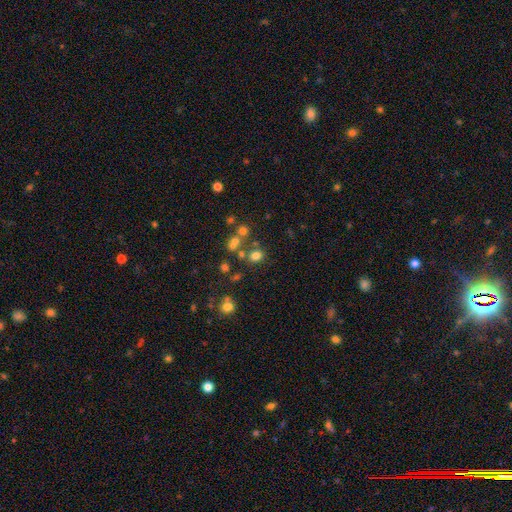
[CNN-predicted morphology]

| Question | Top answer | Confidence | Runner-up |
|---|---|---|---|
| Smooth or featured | smooth | 71% | star or artifact (19%) |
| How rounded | round | 62% | in between (36%) |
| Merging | none | 67% | merger (17%) |